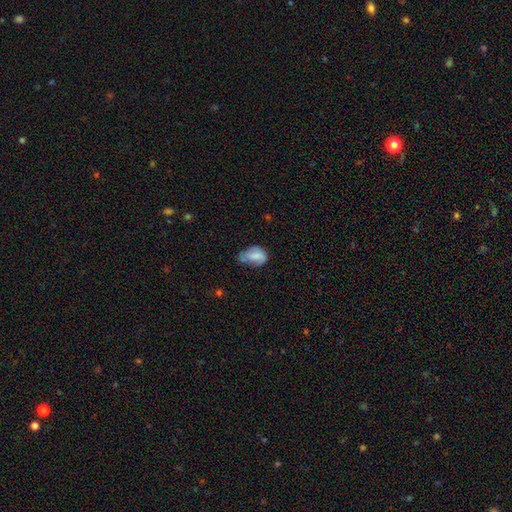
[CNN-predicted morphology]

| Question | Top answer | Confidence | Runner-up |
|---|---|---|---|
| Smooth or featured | smooth | 68% | featured or disk (23%) |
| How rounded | in between | 83% | round (15%) |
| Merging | minor disturbance | 44% | none (29%) |